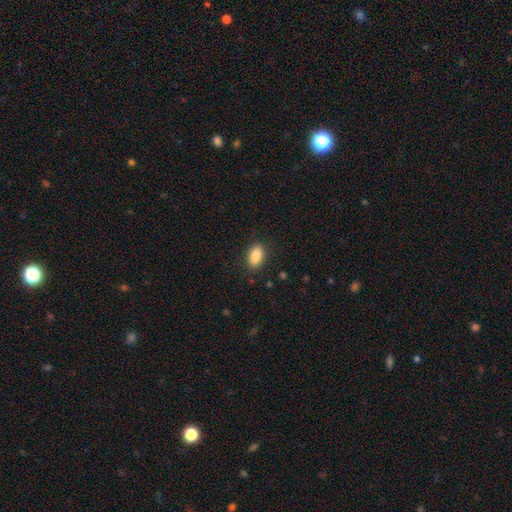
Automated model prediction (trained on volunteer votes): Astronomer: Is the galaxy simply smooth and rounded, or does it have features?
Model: smooth — 85%.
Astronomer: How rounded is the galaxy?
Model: in between — 90%.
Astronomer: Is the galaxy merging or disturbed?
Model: none — 87%.